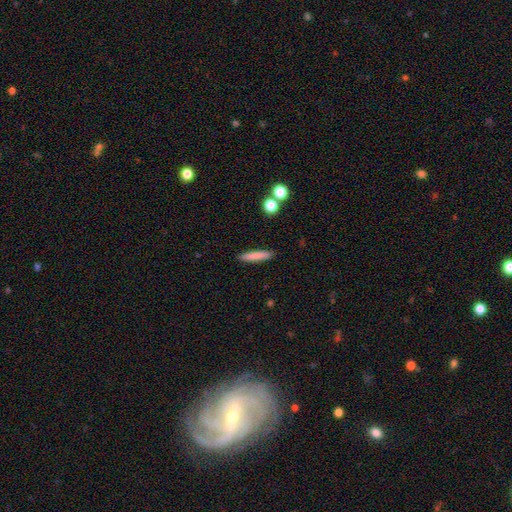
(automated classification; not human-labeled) Smooth or featured? smooth (79%)
How rounded? cigar-shaped (91%)
Merging? none (90%)